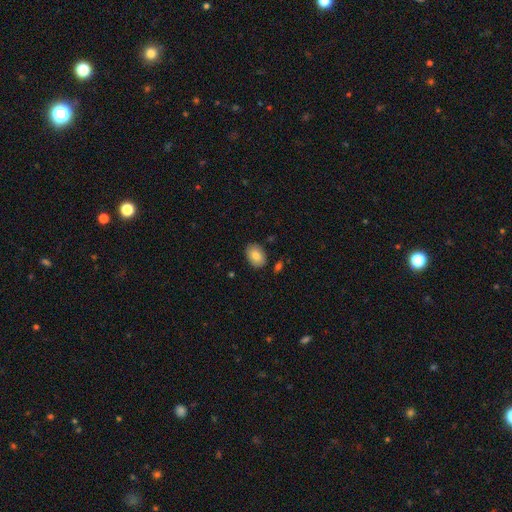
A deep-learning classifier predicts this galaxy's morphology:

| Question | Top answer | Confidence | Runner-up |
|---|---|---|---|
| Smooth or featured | smooth | 84% | featured or disk (8%) |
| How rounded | in between | 81% | round (18%) |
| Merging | none | 84% | minor disturbance (11%) |